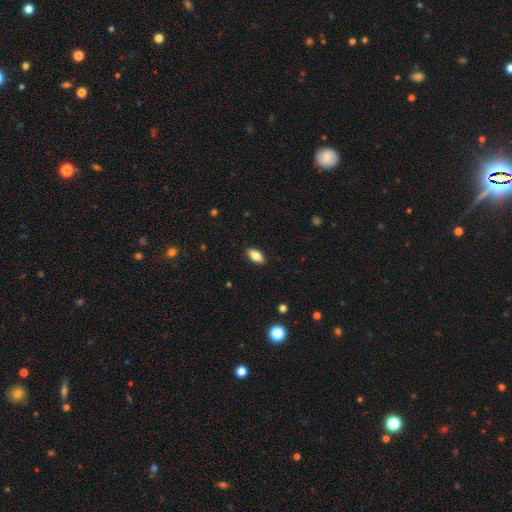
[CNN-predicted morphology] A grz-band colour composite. It shows a smooth galaxy with no disk features (82%) that is in between round and cigar-shaped (88%). Merging: none (88%).